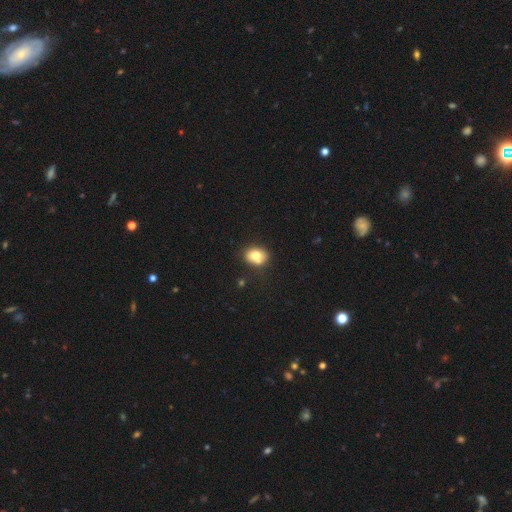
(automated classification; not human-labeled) The model was most divided on "how rounded": in between: 54%, round: 45%, cigar-shaped: 1%. More confident: smooth or featured — smooth (74%); merging — none (61%).